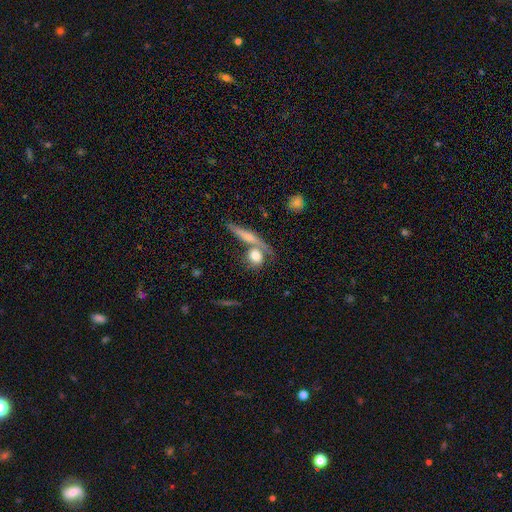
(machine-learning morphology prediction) This is likely a smooth galaxy (67%). How rounded: likely round (63%). Merging: possibly none (48%).